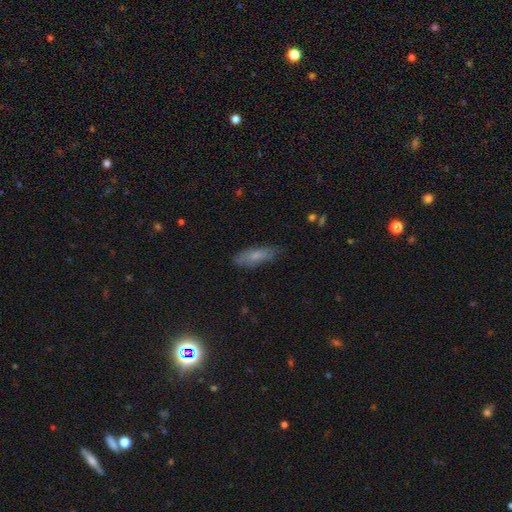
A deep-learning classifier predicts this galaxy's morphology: This is likely a smooth galaxy (72%). How rounded: possibly in between (57%). Merging: likely none (77%).